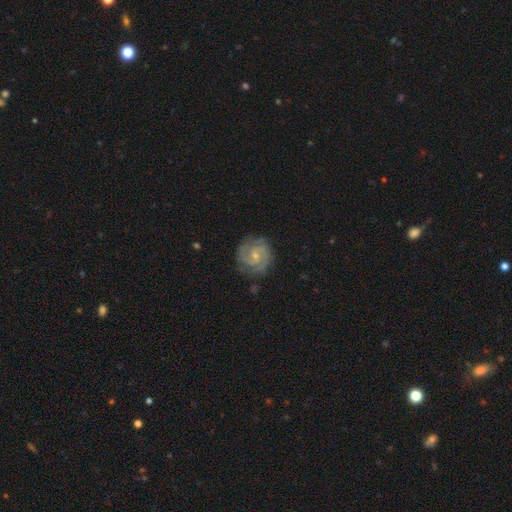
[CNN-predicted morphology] A featured or disk galaxy (88%) with a weak bar (47%), 2 (80%) tight (53%) spiral arms (98%) and a small central bulge (67%).

Vote fractions:
- Smooth or featured? featured or disk: 88% / smooth: 8% / star or artifact: 5%
- Edge-on disk? no: 98% / yes: 2%
- Bar? weak: 47% / no: 44% / strong: 9%
- Spiral arms? yes: 98% / no: 2%
- Spiral winding? tight: 53% / medium: 40% / loose: 6%
- Spiral arm count? 2: 80% / 3: 9% / can't tell: 6% / 4: 2% / 1: 2% / more than 4: 2%
- Bulge size? small: 67% / moderate: 26% / none: 5% / large: 1% / dominant: 1%
- Merging? none: 79% / minor disturbance: 15% / major disturbance: 5% / merger: 1%